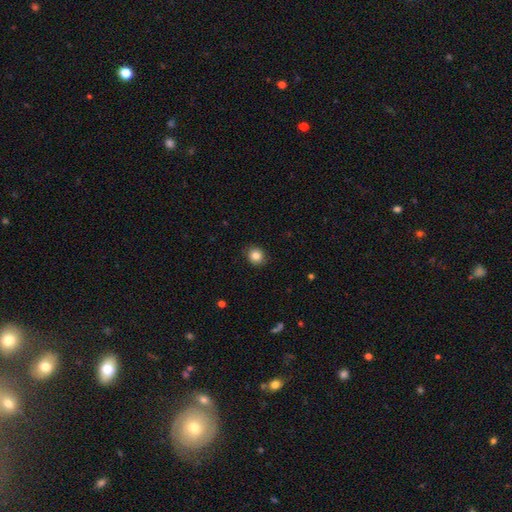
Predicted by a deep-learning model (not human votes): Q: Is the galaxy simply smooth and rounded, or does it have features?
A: smooth — 83%.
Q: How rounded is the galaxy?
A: round — 81%.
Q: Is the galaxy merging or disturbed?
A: none — 88%.